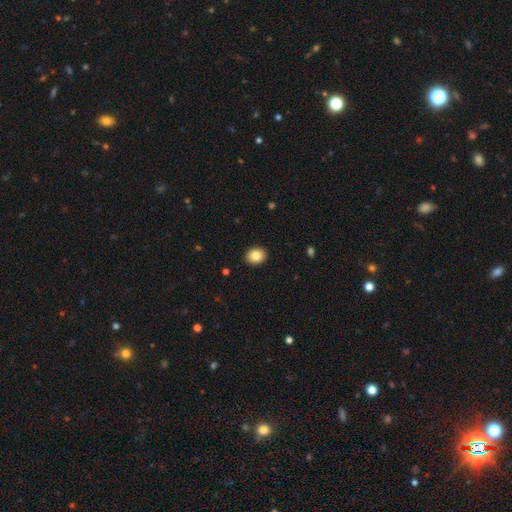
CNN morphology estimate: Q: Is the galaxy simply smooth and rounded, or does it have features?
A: smooth — 84%.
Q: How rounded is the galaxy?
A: round — 54%.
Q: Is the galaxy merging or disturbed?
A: none — 92%.